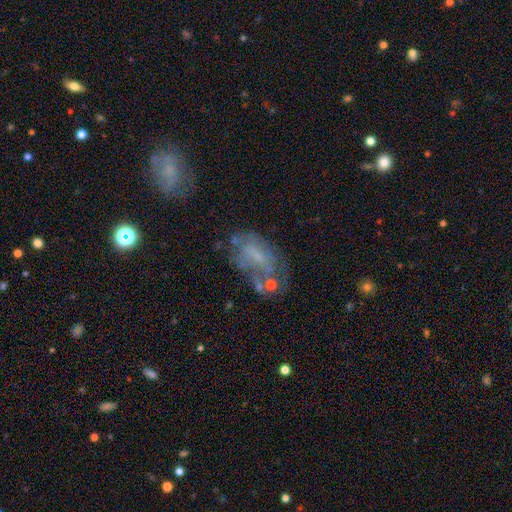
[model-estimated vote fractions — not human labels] featured or disk 49%, smooth 37%, star or artifact 14%. Down the decision tree: merging — none (38%).